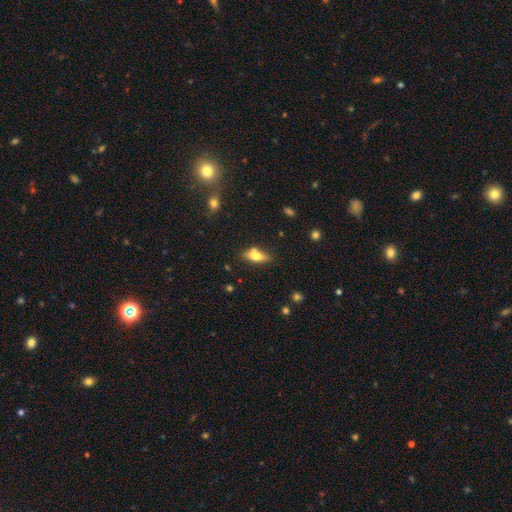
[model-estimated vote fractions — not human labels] A smooth galaxy with no disk features (62%) that is in between round and cigar-shaped (75%). Merging: none (62%).